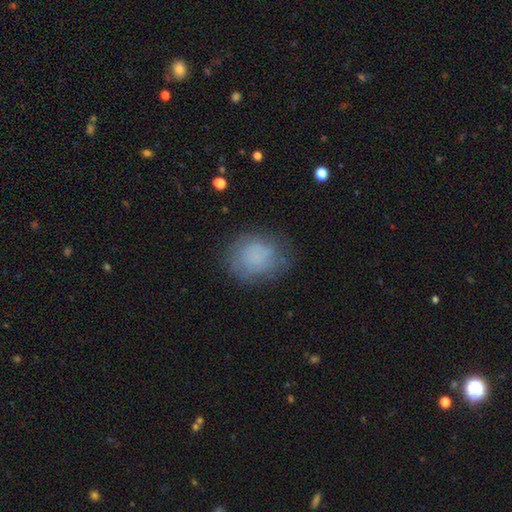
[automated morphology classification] A smooth galaxy with no disk features (72%) that is round (65%). Merging: none (72%).